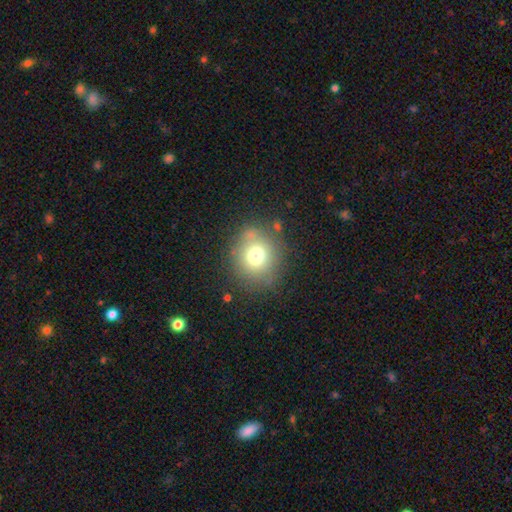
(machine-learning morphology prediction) This appears to be a smooth galaxy with no disk features (72%) that is round (86%). Merging: none (81%).